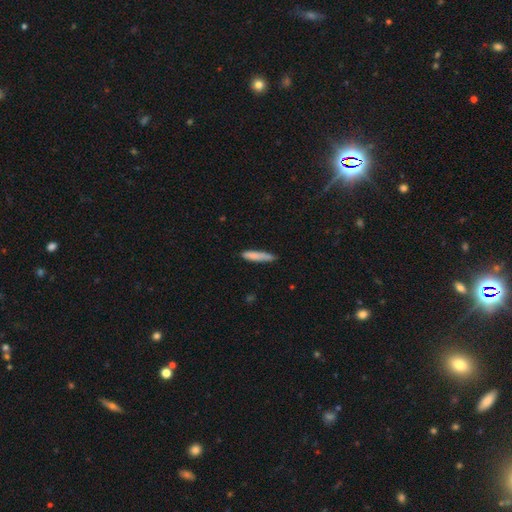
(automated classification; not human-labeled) Morphology: type=smooth (82%); roundness=cigar-shaped (87%); merging=none (75%).